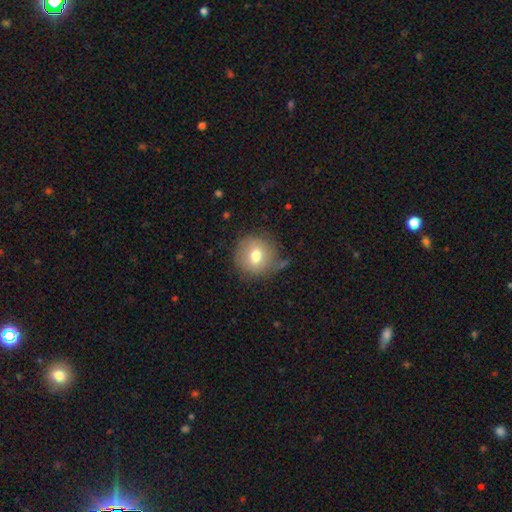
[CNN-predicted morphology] Smooth or featured: smooth — 73% (featured or disk — 18%)
How rounded: round — 91% (in between — 8%)
Merging: none — 73% (minor disturbance — 18%)